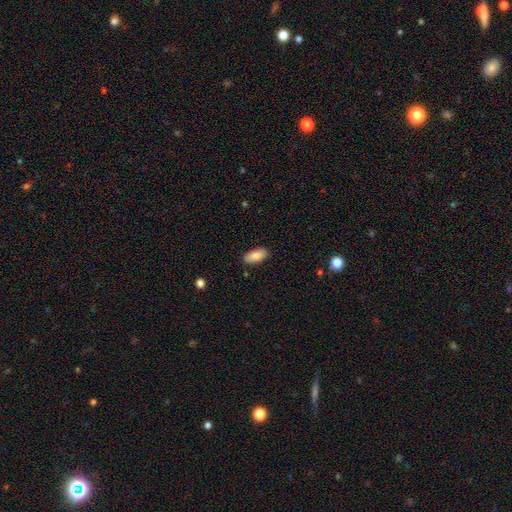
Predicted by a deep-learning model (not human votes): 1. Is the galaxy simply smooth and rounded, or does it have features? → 85% smooth, 8% featured or disk, 6% star or artifact.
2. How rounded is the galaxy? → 88% in between, 10% cigar-shaped, 2% round.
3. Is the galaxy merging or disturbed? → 86% none, 10% minor disturbance, 2% major disturbance, 1% merger.